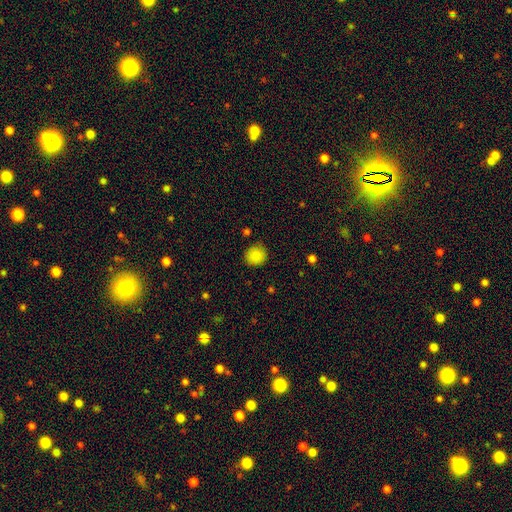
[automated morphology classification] A smooth galaxy with no disk features (87%) that is round (90%).

Vote fractions:
- Smooth or featured? smooth: 87% / star or artifact: 9% / featured or disk: 4%
- How rounded? round: 90% / in between: 9% / cigar-shaped: 1%
- Merging? none: 85% / minor disturbance: 11% / major disturbance: 3% / merger: 1%